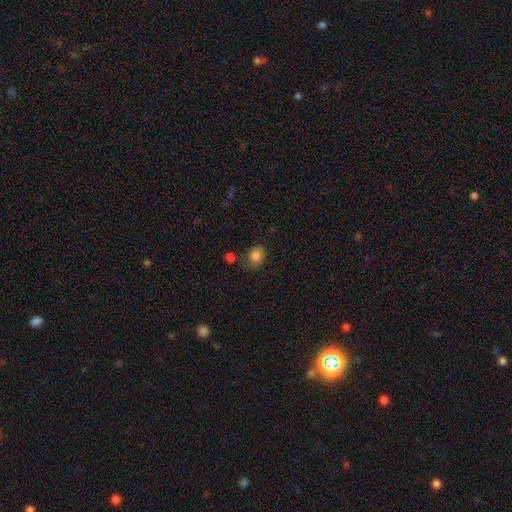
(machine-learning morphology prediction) A smooth galaxy with no disk features (84%) that is round (59%).

Vote fractions:
- Smooth or featured? smooth: 84% / star or artifact: 10% / featured or disk: 6%
- How rounded? round: 59% / in between: 40% / cigar-shaped: 1%
- Merging? none: 69% / minor disturbance: 19% / merger: 7% / major disturbance: 5%